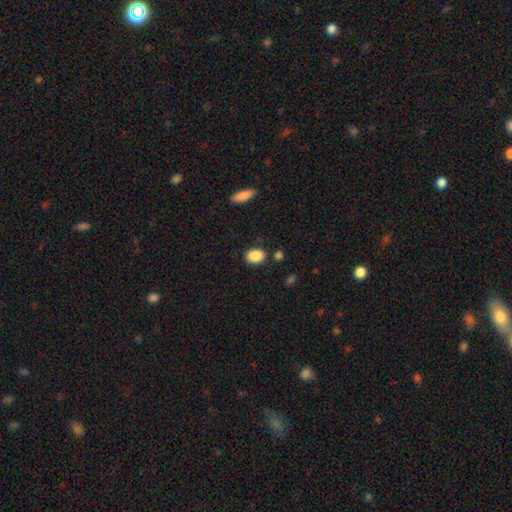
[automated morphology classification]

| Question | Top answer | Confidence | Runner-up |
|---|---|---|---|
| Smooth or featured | smooth | 89% | star or artifact (7%) |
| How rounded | in between | 78% | round (20%) |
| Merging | none | 82% | minor disturbance (11%) |